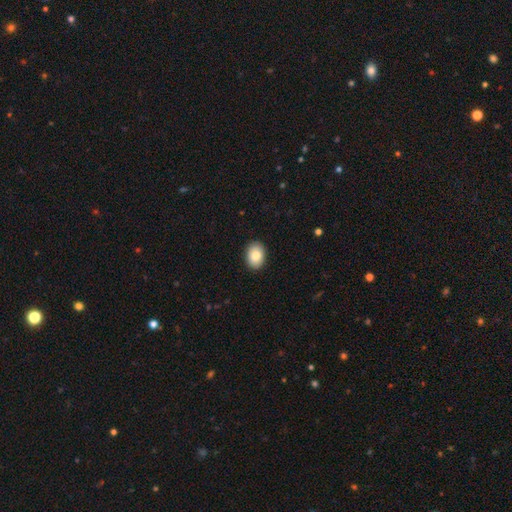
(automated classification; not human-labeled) A smooth galaxy with no disk features (84%) that is in between round and cigar-shaped (77%). Merging: none (91%).